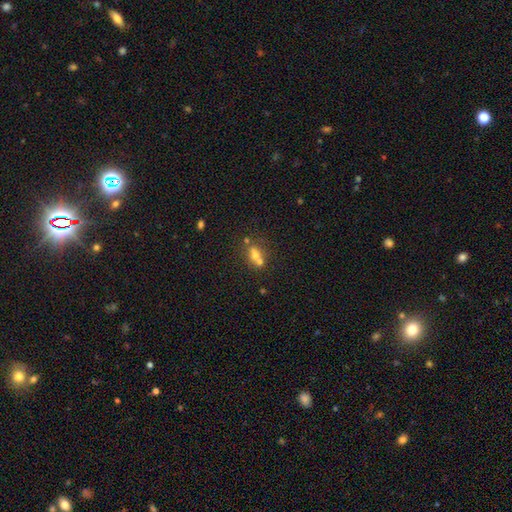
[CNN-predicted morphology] smooth_or_featured: smooth (p=0.60) [alt: featured or disk p=0.23]
how_rounded: in between (p=0.55) [alt: round p=0.37]
merging: merger (p=0.45) [alt: none p=0.39]